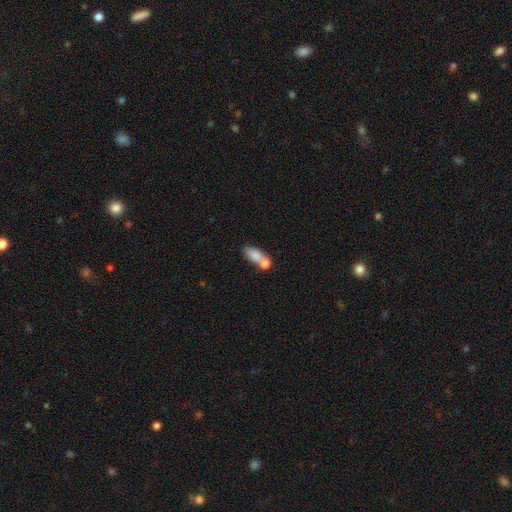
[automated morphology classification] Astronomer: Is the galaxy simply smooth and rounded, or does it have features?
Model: smooth — 76%.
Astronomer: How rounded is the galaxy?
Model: in between — 79%.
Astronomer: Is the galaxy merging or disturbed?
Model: merger — 50% (runner-up: none, 32%).